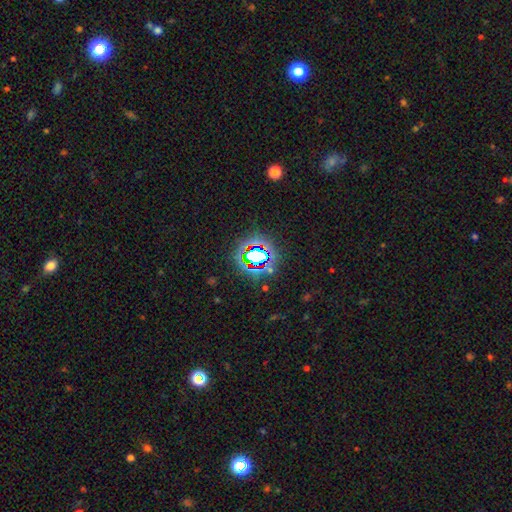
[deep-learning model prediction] Smooth or featured?
  - star or artifact: 67% *
  - smooth: 21%
  - featured or disk: 12%